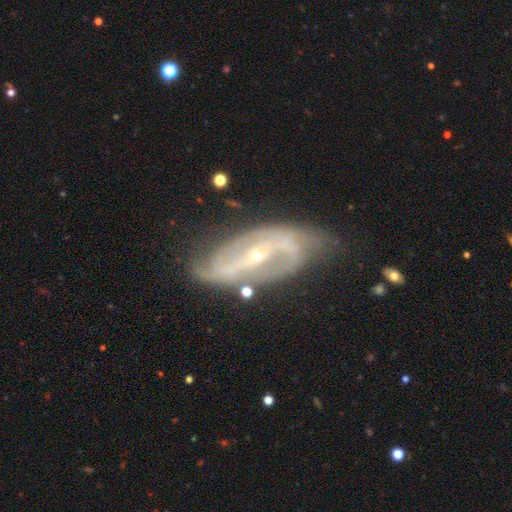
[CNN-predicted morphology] Overall: featured or disk (88%). Edge-on disk: no (92%). Bar: strong (57%; weak 26%). Spiral arms: yes (92%). Spiral arm count: 2 (74%). Spiral winding: medium (43%; tight 32%). Bulge size: small (76%). Merging: none (64%).